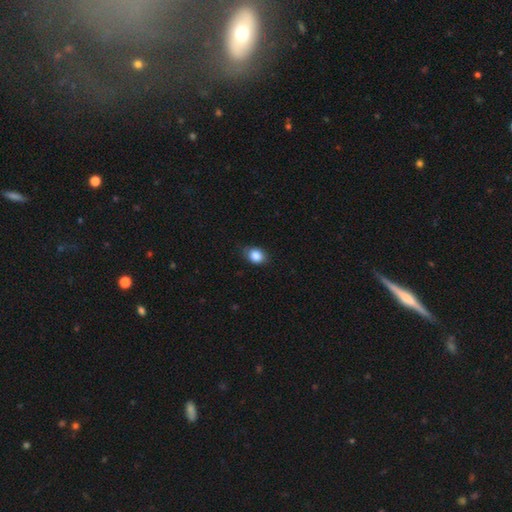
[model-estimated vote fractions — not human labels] smooth_or_featured: smooth (p=0.86) [alt: star or artifact p=0.09]
how_rounded: in between (p=0.57) [alt: round p=0.42]
merging: none (p=0.76) [alt: minor disturbance p=0.20]